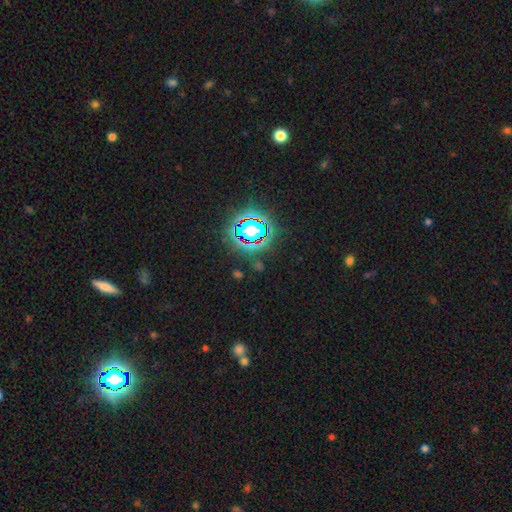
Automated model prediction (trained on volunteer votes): Morphology: type=star or artifact (83%).